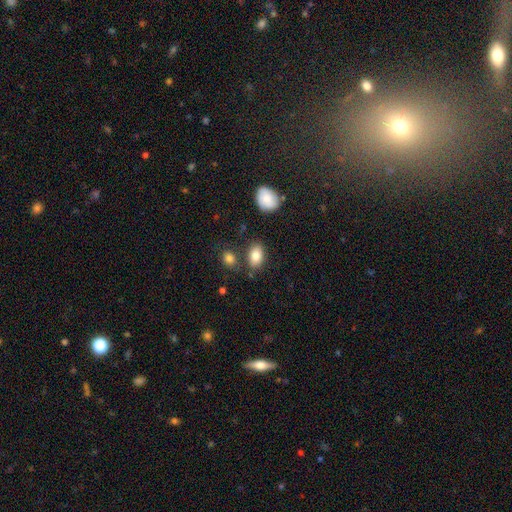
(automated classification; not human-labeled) Smooth or featured? smooth (84%)
How rounded? in between (84%)
Merging? none (77%)